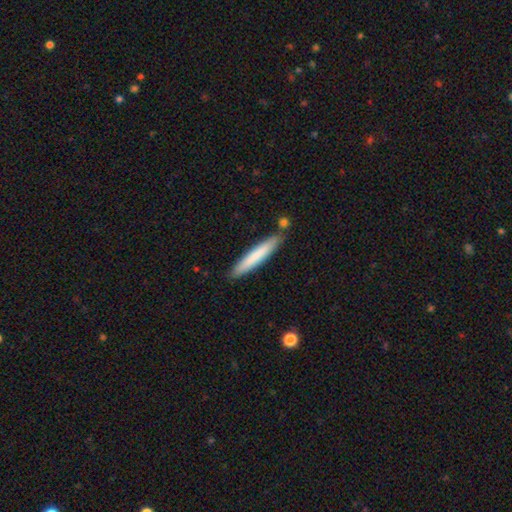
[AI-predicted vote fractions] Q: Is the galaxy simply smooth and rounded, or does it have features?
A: smooth — 75%.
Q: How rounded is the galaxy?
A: cigar-shaped — 93%.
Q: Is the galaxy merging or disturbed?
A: none — 83%.